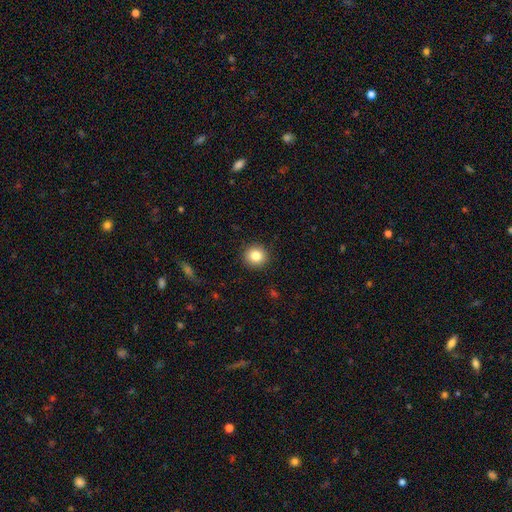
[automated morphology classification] Smooth or featured? smooth (83%)
How rounded? round (92%)
Merging? none (91%)